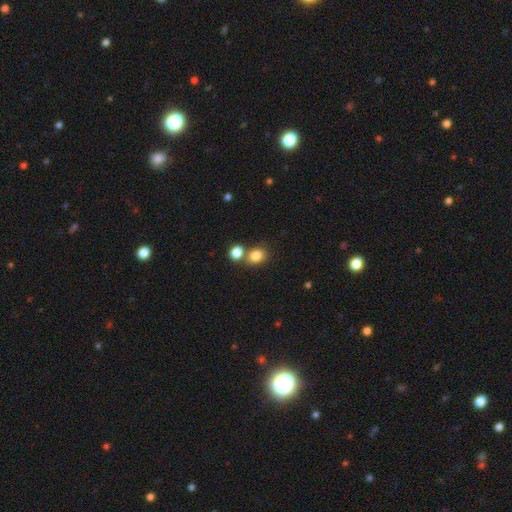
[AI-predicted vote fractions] Overall: smooth (82%). How rounded: round (59%; in between 40%). Merging: none (56%; merger 32%).